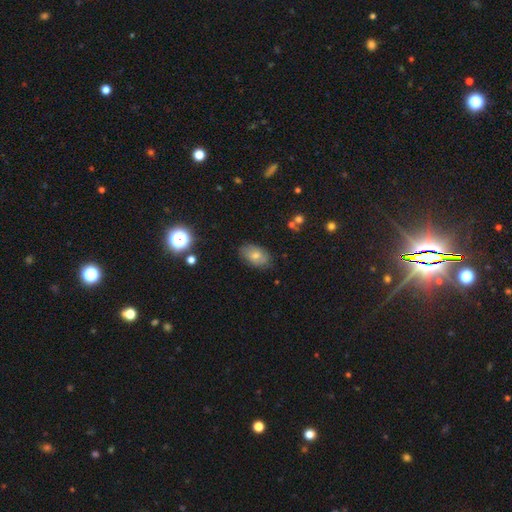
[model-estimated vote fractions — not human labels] A smooth galaxy with no disk features (62%) that is in between round and cigar-shaped (90%). Merging: none (77%).